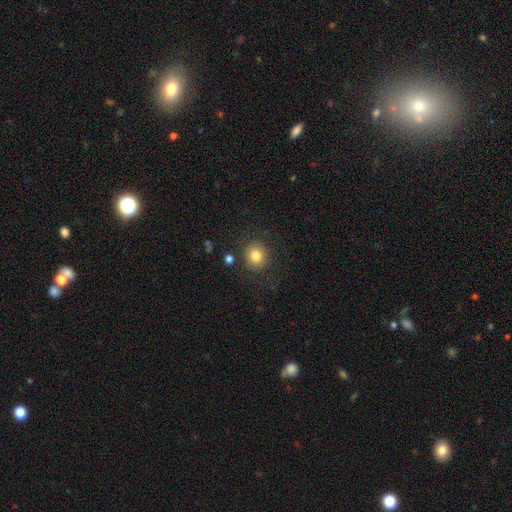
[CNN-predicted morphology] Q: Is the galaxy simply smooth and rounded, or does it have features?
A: smooth — 81%.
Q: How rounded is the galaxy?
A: round — 84%.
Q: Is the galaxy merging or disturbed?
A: none — 85%.